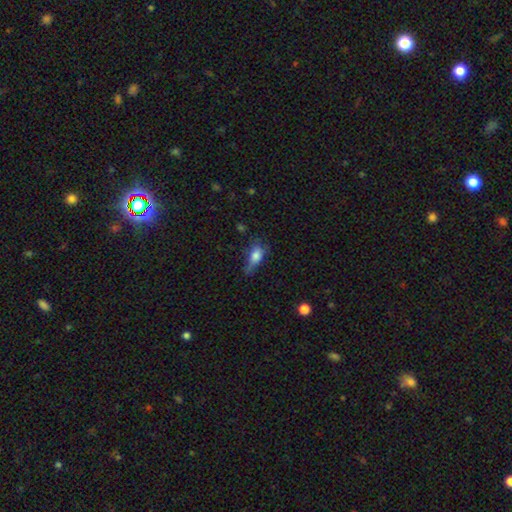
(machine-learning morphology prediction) A smooth galaxy with no disk features (72%) that is in between round and cigar-shaped (77%).

Vote fractions:
- Smooth or featured? smooth: 72% / featured or disk: 19% / star or artifact: 9%
- How rounded? in between: 77% / cigar-shaped: 16% / round: 7%
- Merging? none: 37% / minor disturbance: 35% / major disturbance: 24% / merger: 4%